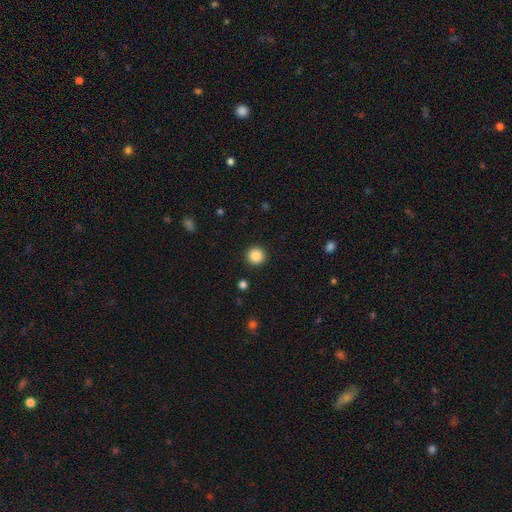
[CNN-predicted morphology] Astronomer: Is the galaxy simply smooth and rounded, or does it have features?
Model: smooth — 87%.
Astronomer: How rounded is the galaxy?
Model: round — 95%.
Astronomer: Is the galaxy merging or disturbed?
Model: none — 93%.